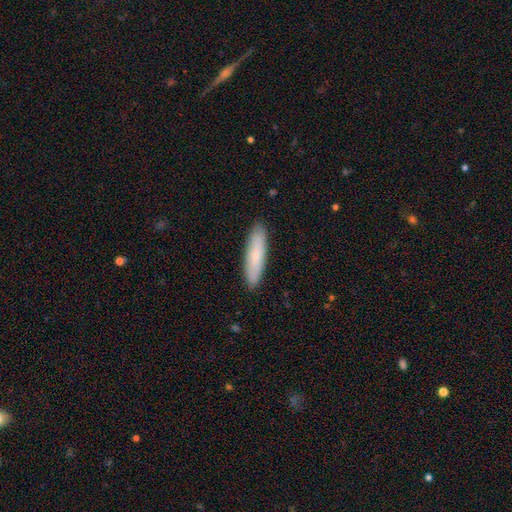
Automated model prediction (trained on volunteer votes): Smooth or featured? smooth (76%)
How rounded? cigar-shaped (75%)
Merging? none (90%)